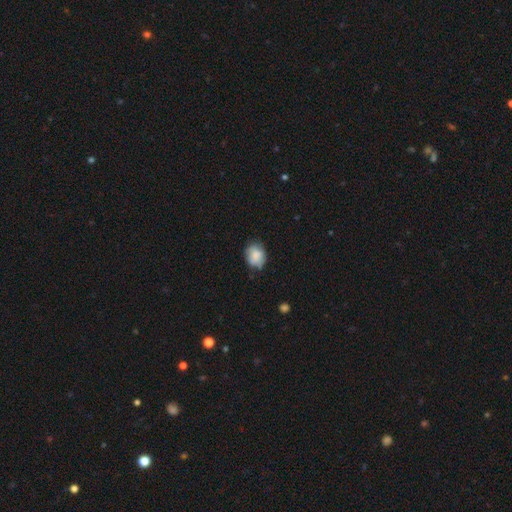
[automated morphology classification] smooth-or-featured: smooth: 79% | featured or disk: 12% | star or artifact: 8%
  how-rounded: round: 54% | in between: 45% | cigar-shaped: 1%
  merging: none: 66% | minor disturbance: 27% | major disturbance: 6% | merger: 2%